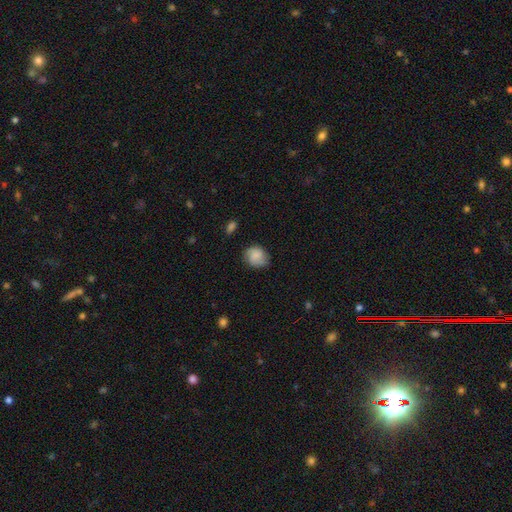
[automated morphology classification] This is likely a smooth galaxy (71%). How rounded: likely round (67%). Merging: likely none (73%).